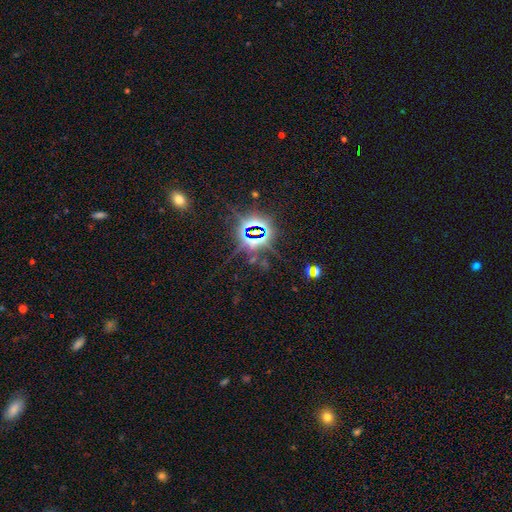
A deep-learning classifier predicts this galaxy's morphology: smooth-or-featured: star or artifact: 74% | smooth: 13% | featured or disk: 13%